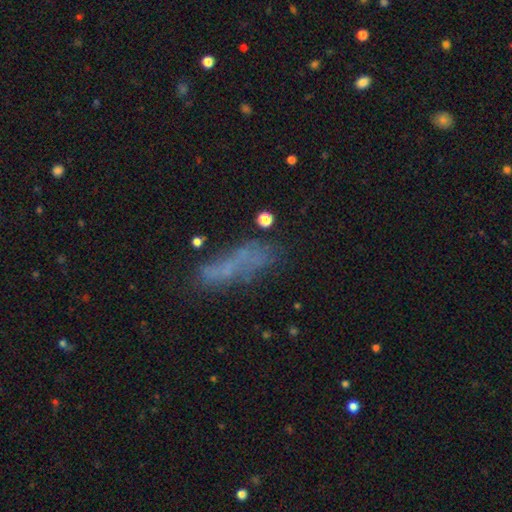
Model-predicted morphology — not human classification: Overall: smooth (47%; featured or disk 34%). Merging: none (44%; major disturbance 23%).